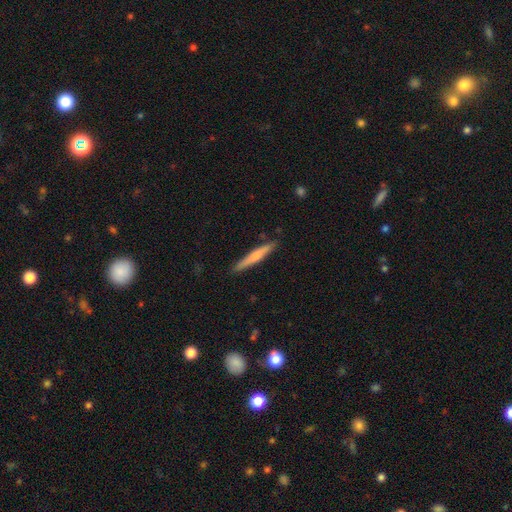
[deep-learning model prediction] Overall: smooth (62%; featured or disk 33%). How rounded: cigar-shaped (95%). Merging: none (88%).